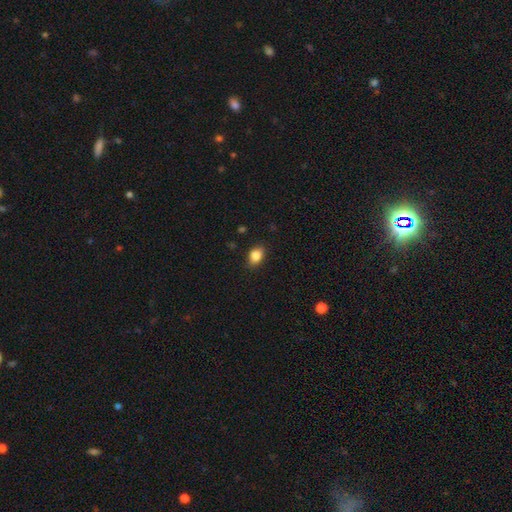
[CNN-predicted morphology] Smooth or featured: smooth — 86% (star or artifact — 9%)
How rounded: in between — 71% (round — 28%)
Merging: none — 84% (minor disturbance — 13%)